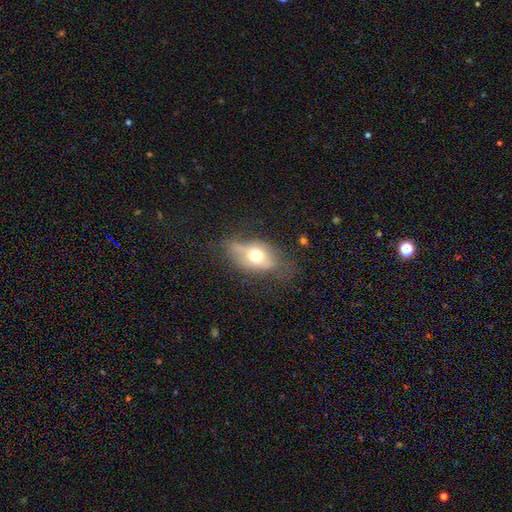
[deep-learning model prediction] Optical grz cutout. It shows a smooth galaxy with no disk features (58%) that is in between round and cigar-shaped (81%). Merging: none (47%).